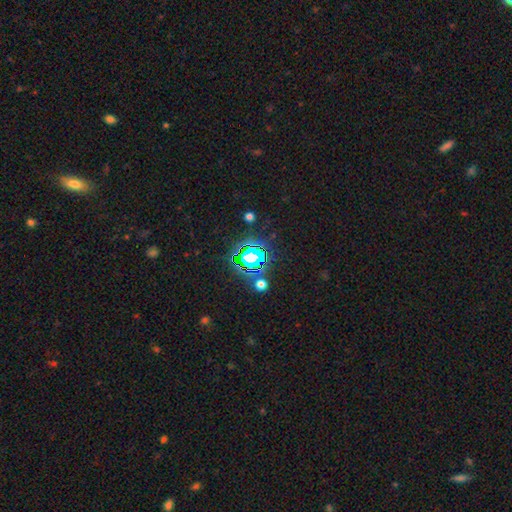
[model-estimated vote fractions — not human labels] Morphology: type=star or artifact (78%).